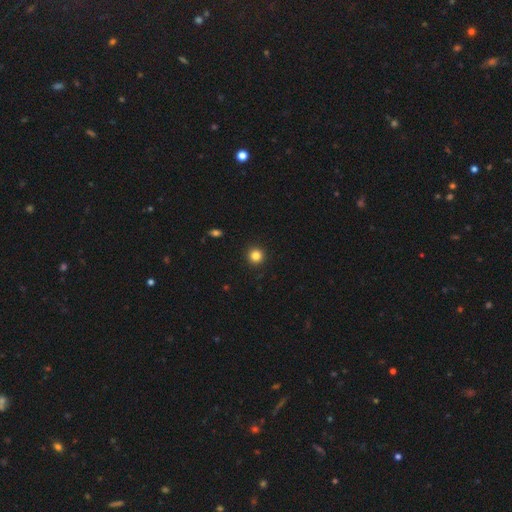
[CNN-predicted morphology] This appears to be a smooth galaxy with no disk features (84%) that is round (95%). Merging: none (93%).